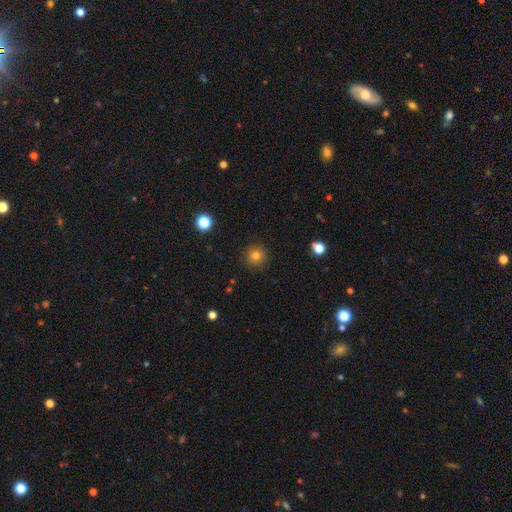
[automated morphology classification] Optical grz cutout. It shows a smooth galaxy with no disk features (80%) that is round (95%). Merging: none (90%).